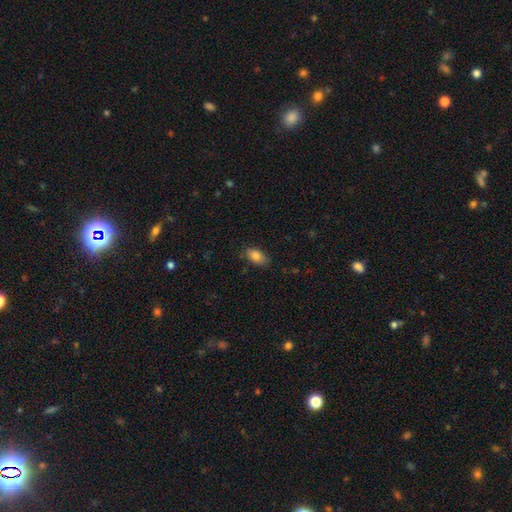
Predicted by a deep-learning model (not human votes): The model was most divided on "merging": none: 80%, minor disturbance: 16%, major disturbance: 3%, merger: 1%. More confident: how rounded — in between (91%); smooth or featured — smooth (84%).